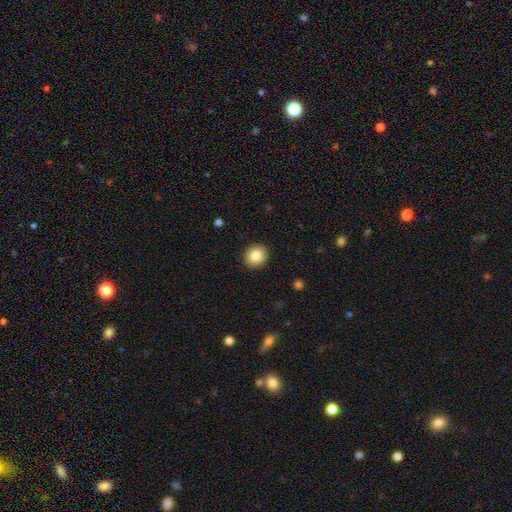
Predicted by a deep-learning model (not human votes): smooth-or-featured: smooth: 84% | star or artifact: 9% | featured or disk: 7%
  how-rounded: round: 83% | in between: 16% | cigar-shaped: 1%
  merging: none: 92% | minor disturbance: 6% | major disturbance: 2% | merger: 1%